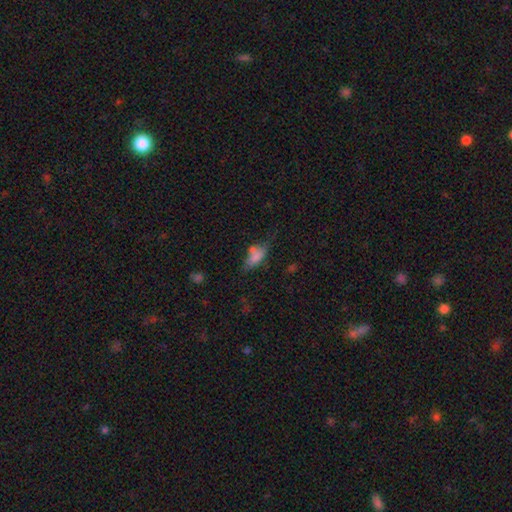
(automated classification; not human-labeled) A smooth galaxy with no disk features (69%) that is in between round and cigar-shaped (77%).

Vote fractions:
- Smooth or featured? smooth: 69% / featured or disk: 20% / star or artifact: 12%
- How rounded? in between: 77% / cigar-shaped: 18% / round: 4%
- Merging? none: 40% / minor disturbance: 29% / major disturbance: 16% / merger: 15%